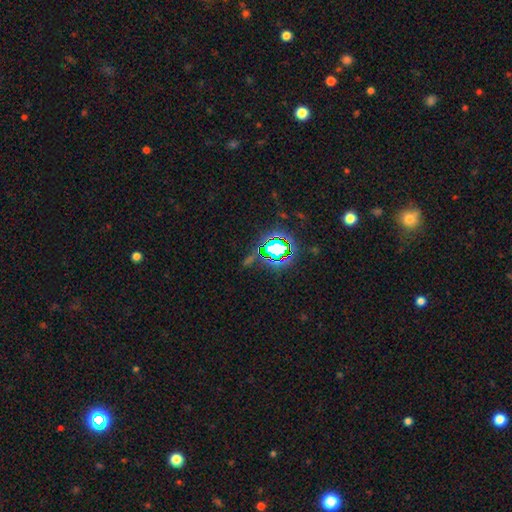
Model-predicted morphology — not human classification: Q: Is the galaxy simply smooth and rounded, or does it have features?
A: star or artifact — 79%.